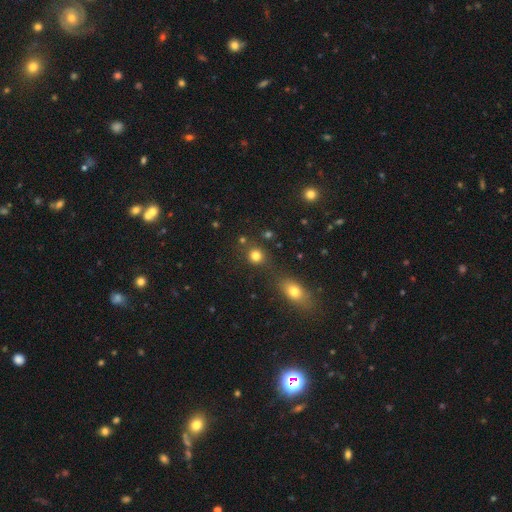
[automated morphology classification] Smooth or featured? Predicted: smooth (p=0.80). How rounded? Predicted: round (p=0.85). Merging? Predicted: none (p=0.72).